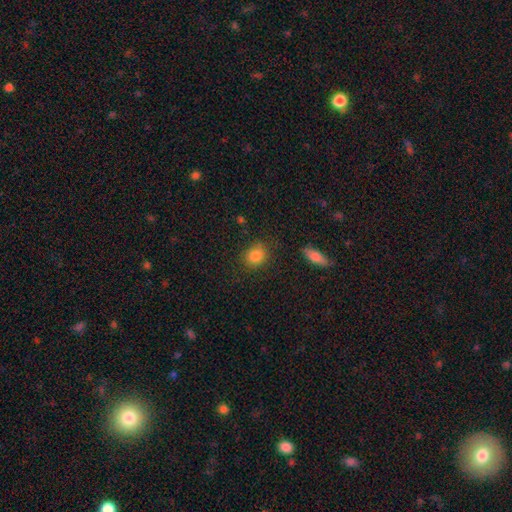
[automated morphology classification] This is clearly a smooth galaxy (84%). How rounded: likely round (62%). Merging: clearly none (81%).